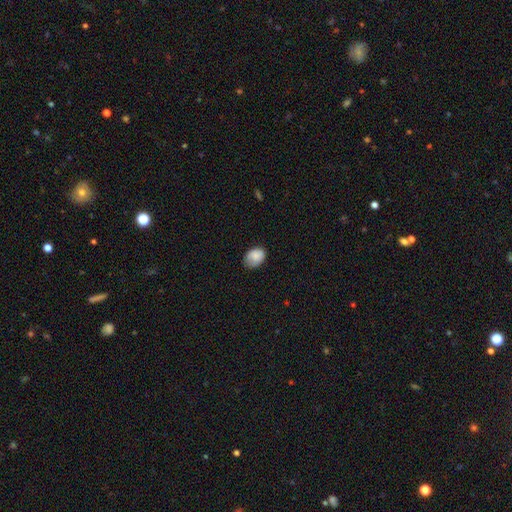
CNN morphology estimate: Smooth or featured?
  - smooth: 83% *
  - featured or disk: 9%
  - star or artifact: 7%
How rounded?
  - in between: 71% *
  - round: 28%
  - cigar-shaped: 1%
Merging?
  - none: 64% *
  - minor disturbance: 28%
  - major disturbance: 6%
  - merger: 1%